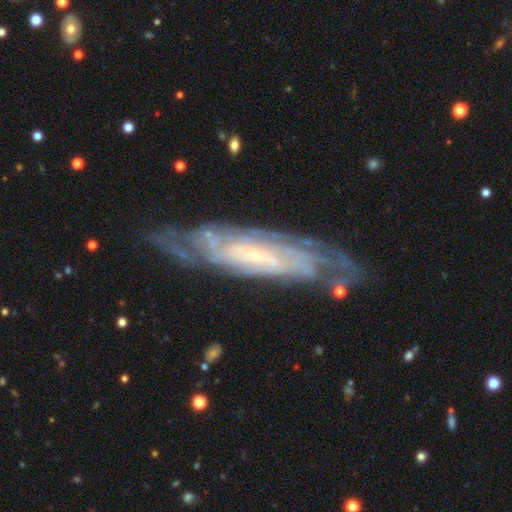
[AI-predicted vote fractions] This appears to be a featured or disk galaxy (83%) with no bar (51%), tight (71%) spiral arms (93%) and a small central bulge (76%). Merging: none (74%).